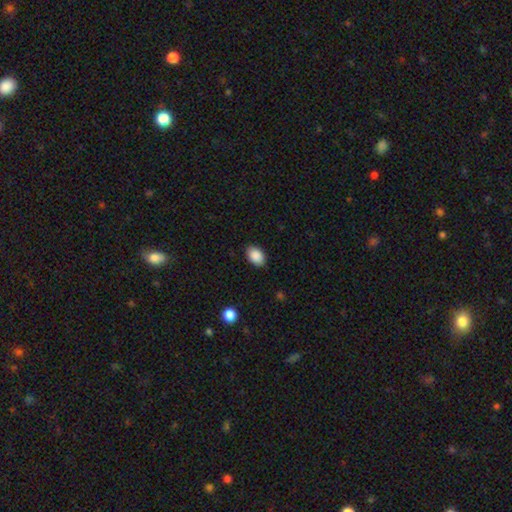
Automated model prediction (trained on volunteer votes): This appears to be a smooth galaxy with no disk features (89%) that is in between round and cigar-shaped (86%). Merging: none (87%).